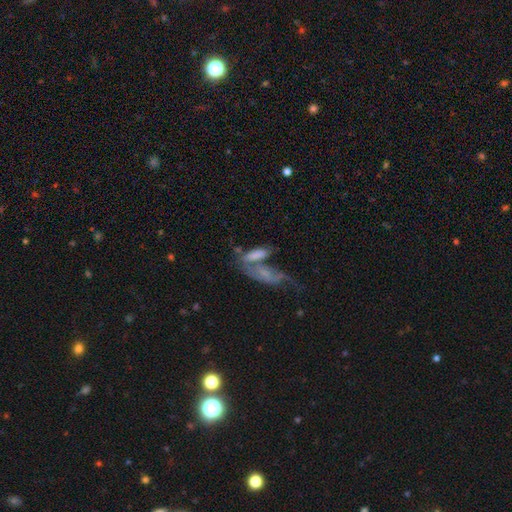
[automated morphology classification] Smooth or featured?
  - smooth: 59% *
  - featured or disk: 32%
  - star or artifact: 9%
How rounded?
  - in between: 68% *
  - cigar-shaped: 28%
  - round: 4%
Merging?
  - merger: 58% *
  - none: 21%
  - major disturbance: 11%
  - minor disturbance: 11%